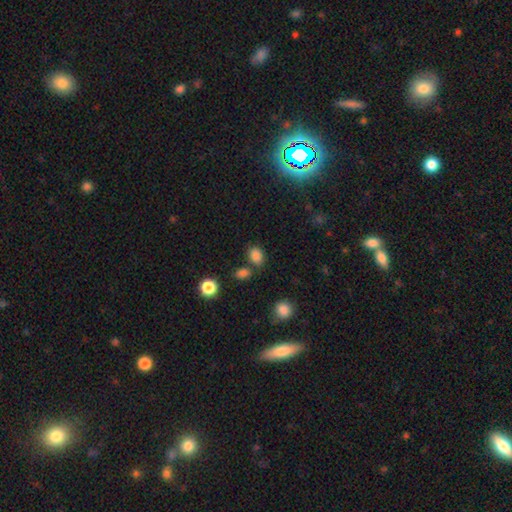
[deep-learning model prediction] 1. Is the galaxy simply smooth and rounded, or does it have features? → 83% smooth, 12% star or artifact, 4% featured or disk.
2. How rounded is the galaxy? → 68% in between, 31% round, 1% cigar-shaped.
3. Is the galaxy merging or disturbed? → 67% none, 15% minor disturbance, 13% merger, 5% major disturbance.